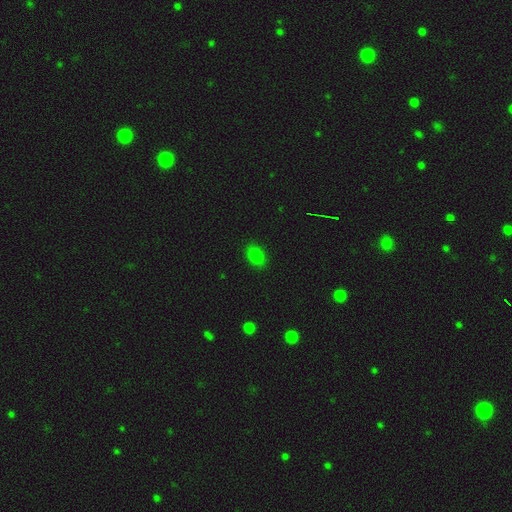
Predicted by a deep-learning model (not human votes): This appears to be a smooth galaxy with no disk features (81%) that is in between round and cigar-shaped (76%). Merging: none (87%).